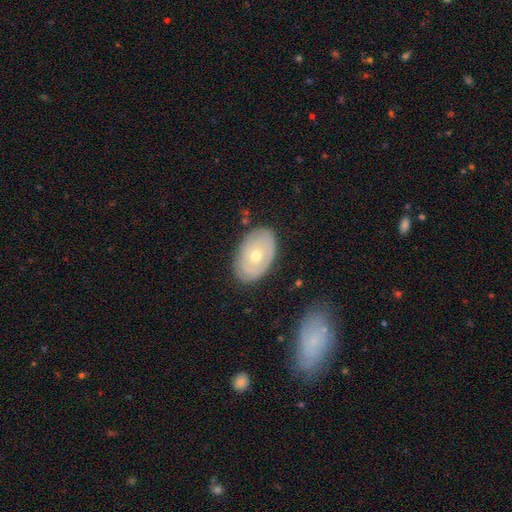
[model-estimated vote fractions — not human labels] A featured or disk galaxy (53%).

Vote fractions:
- Smooth or featured? featured or disk: 53% / smooth: 40% / star or artifact: 7%
- Edge-on disk? no: 91% / yes: 9%
- Merging? none: 80% / minor disturbance: 14% / major disturbance: 4% / merger: 2%